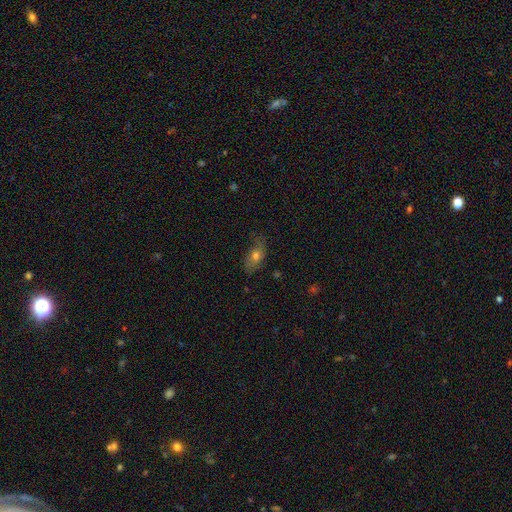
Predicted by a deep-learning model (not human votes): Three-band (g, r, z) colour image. It shows a smooth galaxy with no disk features (61%) that is in between round and cigar-shaped (80%). Merging: none (67%).